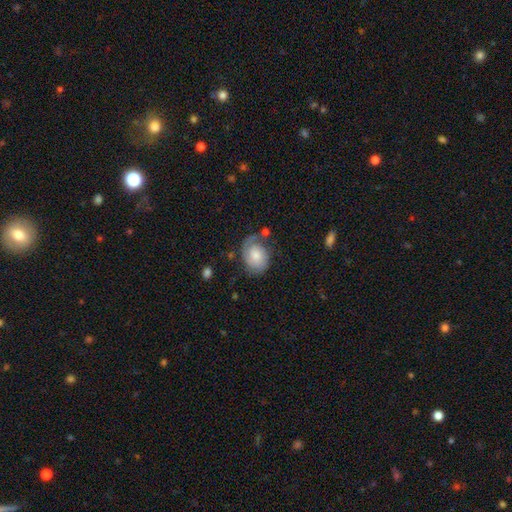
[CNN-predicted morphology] Smooth or featured? Predicted: featured or disk (p=0.57). Edge-on disk? Predicted: no (p=0.97). Bar? Predicted: no (p=0.72). Spiral arms? Predicted: yes (p=0.87). Bulge size? Predicted: moderate (p=0.48). Merging? Predicted: none (p=0.51).